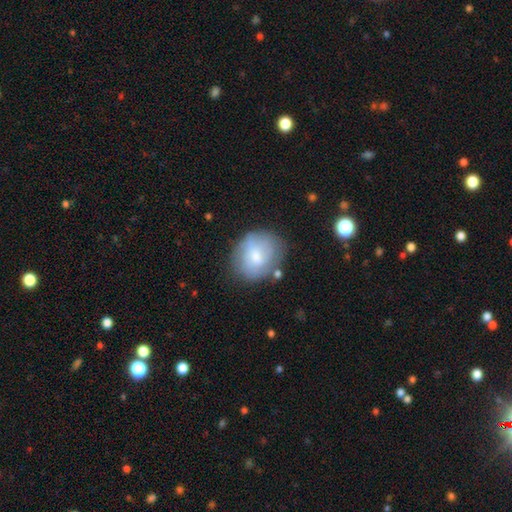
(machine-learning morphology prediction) Q: Smooth or featured?
A: smooth (59%); runner-up: featured or disk (33%)
Q: How rounded?
A: round (67%); runner-up: in between (32%)
Q: Merging?
A: none (69%); runner-up: minor disturbance (20%)